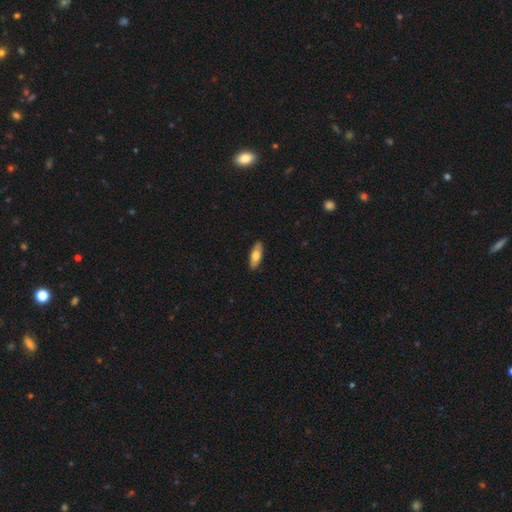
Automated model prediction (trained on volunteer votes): Morphology: type=smooth (69%); roundness=in between (71%); merging=none (89%).